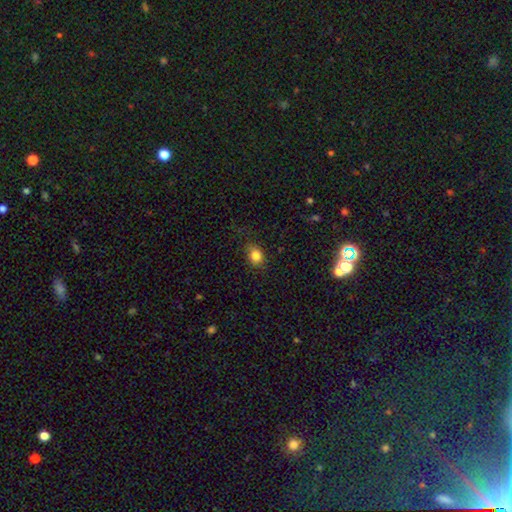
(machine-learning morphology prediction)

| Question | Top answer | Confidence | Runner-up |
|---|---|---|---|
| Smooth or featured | smooth | 83% | star or artifact (11%) |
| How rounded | in between | 54% | round (44%) |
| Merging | none | 79% | minor disturbance (15%) |